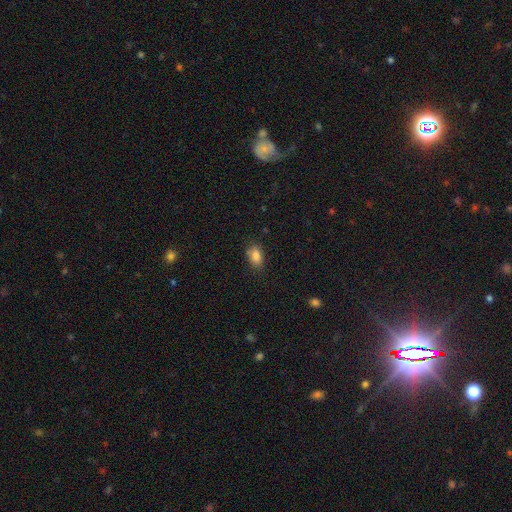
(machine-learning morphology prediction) smooth-or-featured: smooth: 85% | star or artifact: 9% | featured or disk: 6%
  how-rounded: in between: 85% | round: 13% | cigar-shaped: 2%
  merging: none: 77% | minor disturbance: 18% | major disturbance: 4% | merger: 2%